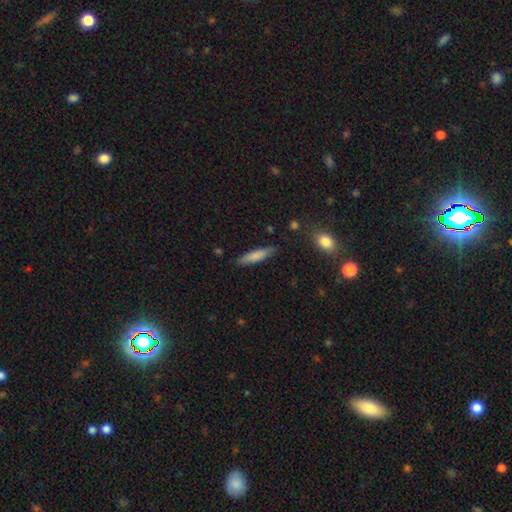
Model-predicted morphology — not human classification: This appears to be a smooth galaxy with no disk features (79%) that is cigar-shaped (79%). Merging: none (84%).